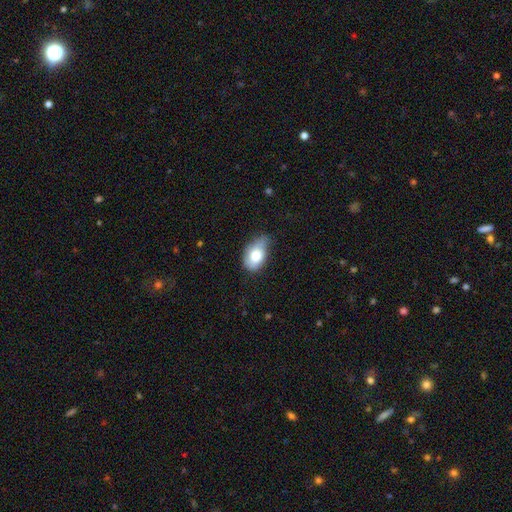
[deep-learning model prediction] This is likely a smooth galaxy (75%). How rounded: clearly in between (87%). Merging: possibly minor disturbance (49%).